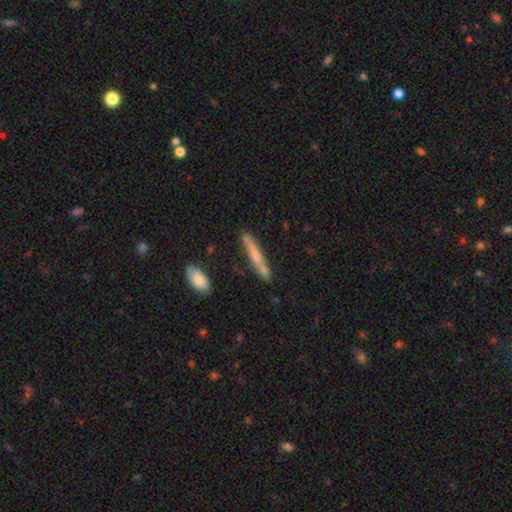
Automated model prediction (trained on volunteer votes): This is possibly a smooth galaxy (47%). Merging: likely none (78%).